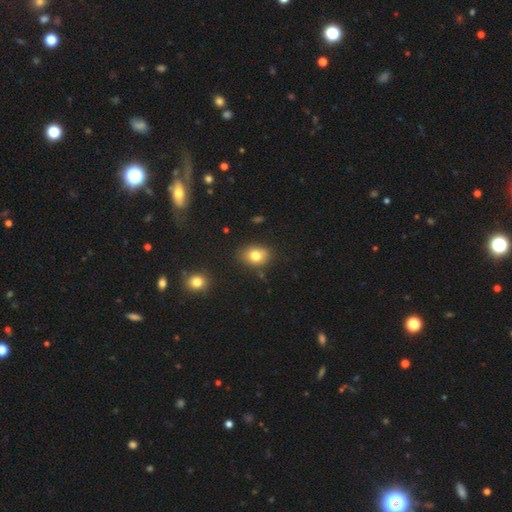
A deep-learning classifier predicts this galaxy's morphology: Smooth or featured?
  - smooth: 78% *
  - featured or disk: 12%
  - star or artifact: 10%
How rounded?
  - in between: 60% *
  - round: 39%
  - cigar-shaped: 1%
Merging?
  - none: 77% *
  - minor disturbance: 16%
  - merger: 4%
  - major disturbance: 3%